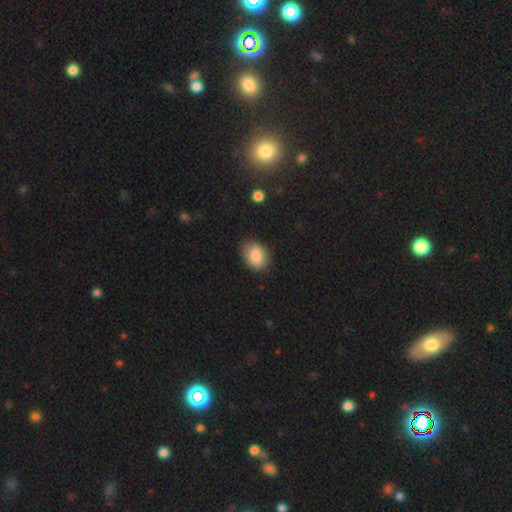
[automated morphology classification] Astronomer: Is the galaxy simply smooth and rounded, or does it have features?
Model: smooth — 85%.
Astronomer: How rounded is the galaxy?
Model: in between — 70%.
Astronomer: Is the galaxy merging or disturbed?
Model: none — 77%.